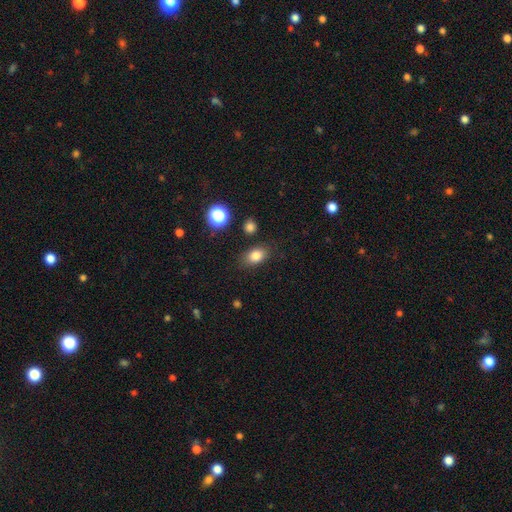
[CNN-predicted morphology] type=smooth (82%); roundness=in between (78%); merging=none (82%).